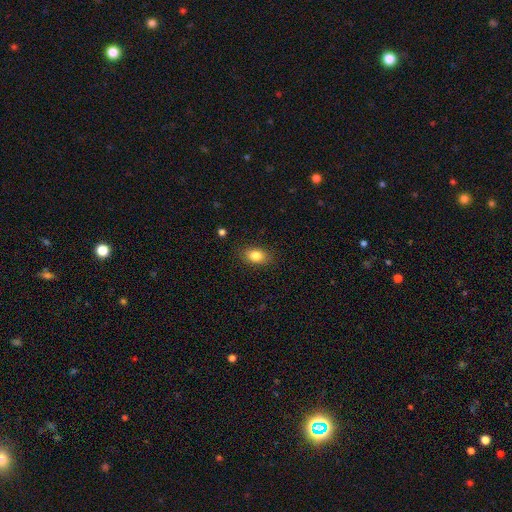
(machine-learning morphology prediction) Smooth or featured?
  - smooth: 84% *
  - star or artifact: 9%
  - featured or disk: 7%
How rounded?
  - in between: 81% *
  - round: 17%
  - cigar-shaped: 2%
Merging?
  - none: 86% *
  - minor disturbance: 10%
  - major disturbance: 3%
  - merger: 1%